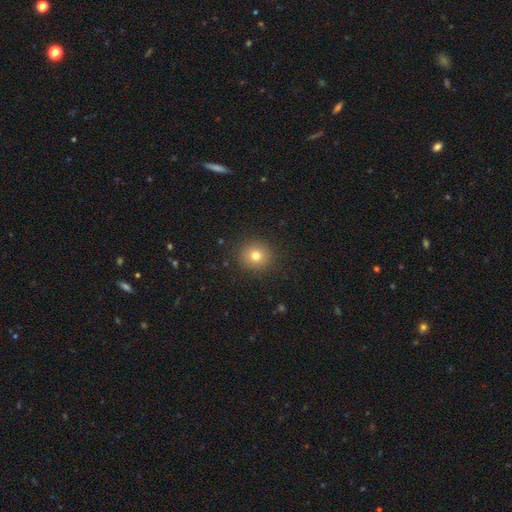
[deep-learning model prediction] Smooth or featured?
  - smooth: 78% *
  - star or artifact: 13%
  - featured or disk: 9%
How rounded?
  - round: 89% *
  - in between: 10%
  - cigar-shaped: 1%
Merging?
  - none: 90% *
  - minor disturbance: 7%
  - major disturbance: 2%
  - merger: 1%